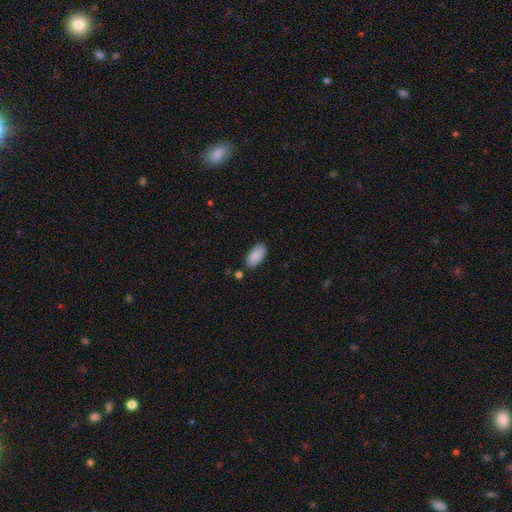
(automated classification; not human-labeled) smooth 90%, star or artifact 6%, featured or disk 4%. Down the decision tree: how rounded — in between (91%); merging — none (82%).